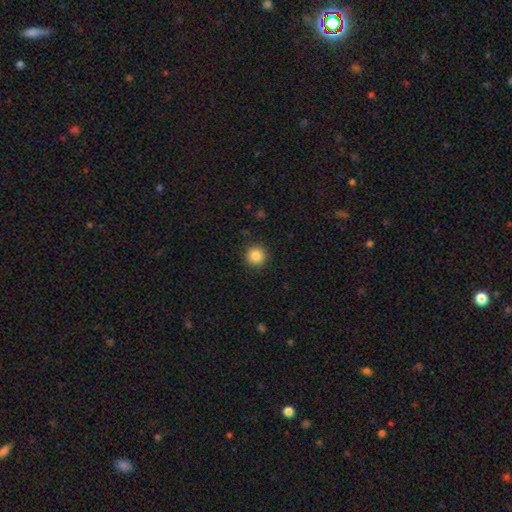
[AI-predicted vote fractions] Morphology: type=smooth (87%); roundness=round (95%); merging=none (91%).